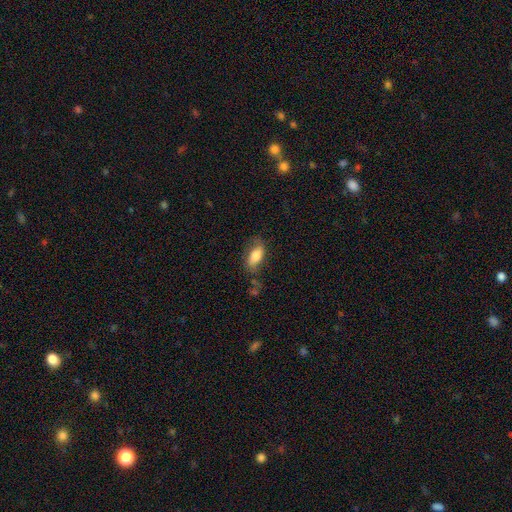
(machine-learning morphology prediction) Smooth or featured? Predicted: smooth (p=0.72). How rounded? Predicted: in between (p=0.87). Merging? Predicted: none (p=0.61).